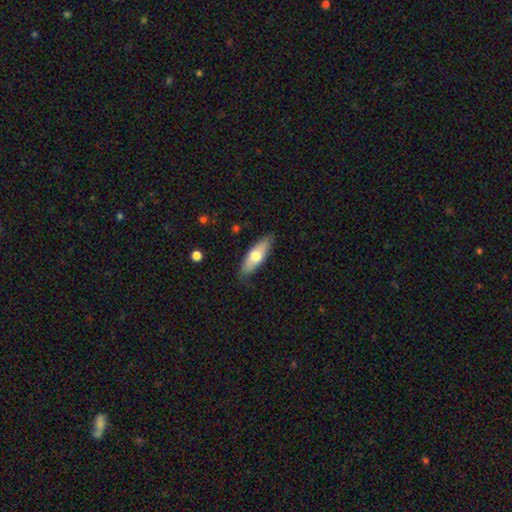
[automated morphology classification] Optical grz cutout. It shows a smooth galaxy with no disk features (65%) that is in between round and cigar-shaped (62%). Merging: none (82%).